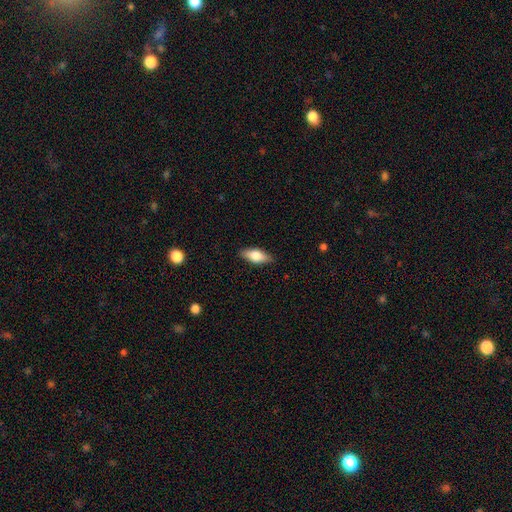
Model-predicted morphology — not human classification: A smooth galaxy with no disk features (66%) that is in between round and cigar-shaped (77%).

Vote fractions:
- Smooth or featured? smooth: 66% / featured or disk: 27% / star or artifact: 7%
- How rounded? in between: 77% / cigar-shaped: 20% / round: 3%
- Merging? none: 87% / minor disturbance: 10% / major disturbance: 2% / merger: 1%